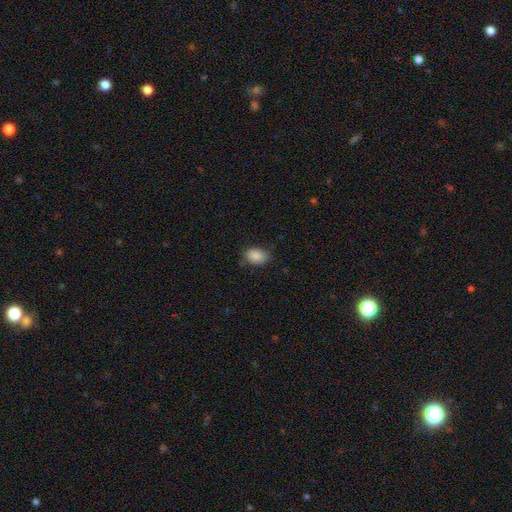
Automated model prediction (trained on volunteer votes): The model was most divided on "how rounded": in between: 76%, round: 23%, cigar-shaped: 1%. More confident: smooth or featured — smooth (88%); merging — none (76%).